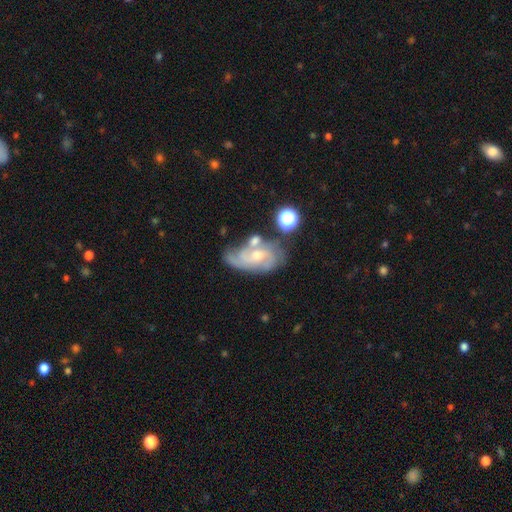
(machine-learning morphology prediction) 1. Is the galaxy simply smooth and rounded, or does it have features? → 73% featured or disk, 17% smooth, 10% star or artifact.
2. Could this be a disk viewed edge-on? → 96% no, 4% yes.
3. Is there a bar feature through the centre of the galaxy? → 59% no, 35% weak, 6% strong.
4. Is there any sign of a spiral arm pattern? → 89% yes, 11% no.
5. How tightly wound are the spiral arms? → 44% medium, 39% tight, 18% loose.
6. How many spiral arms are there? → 32% 2, 28% can't tell, 25% 3, 6% 4, 6% 1, 3% more than 4.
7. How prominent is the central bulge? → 48% moderate, 43% small, 5% none, 3% large, 1% dominant.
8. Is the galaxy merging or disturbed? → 44% none, 22% minor disturbance, 20% merger, 14% major disturbance.